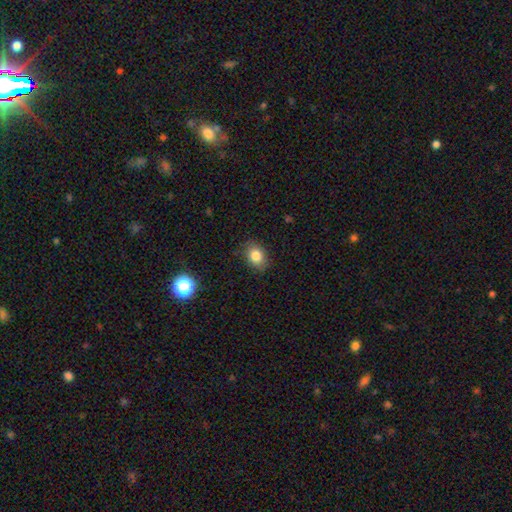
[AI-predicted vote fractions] Morphology: type=smooth (82%); roundness=in between (65%); merging=none (84%).